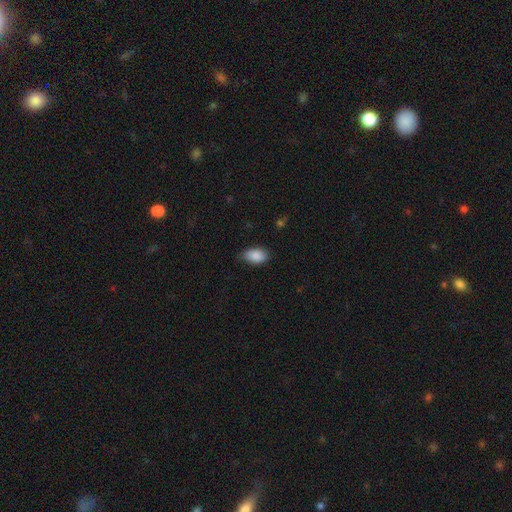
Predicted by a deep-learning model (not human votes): Q: Smooth or featured?
A: smooth (88%); runner-up: star or artifact (7%)
Q: How rounded?
A: in between (91%); runner-up: round (7%)
Q: Merging?
A: none (71%); runner-up: minor disturbance (24%)